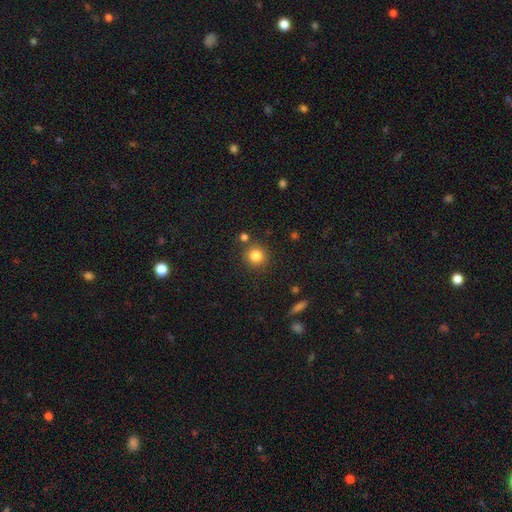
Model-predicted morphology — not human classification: Smooth or featured? Predicted: smooth (p=0.83). How rounded? Predicted: round (p=0.91). Merging? Predicted: none (p=0.83).